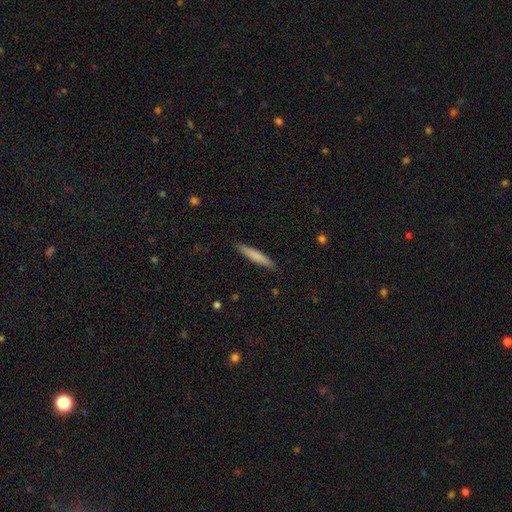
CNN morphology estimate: type=smooth (77%); roundness=cigar-shaped (93%); merging=none (89%).